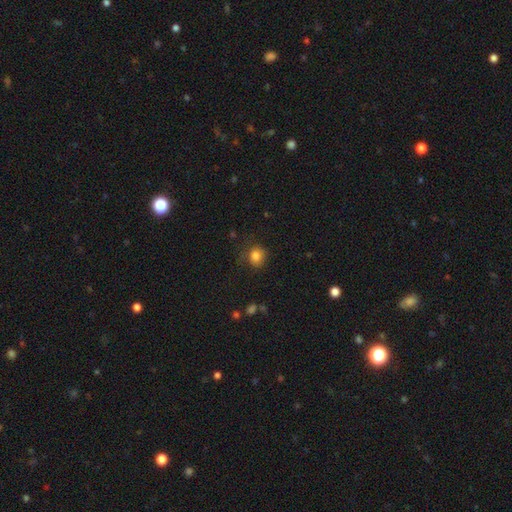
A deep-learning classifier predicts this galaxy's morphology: type=smooth (83%); roundness=round (75%); merging=none (73%).